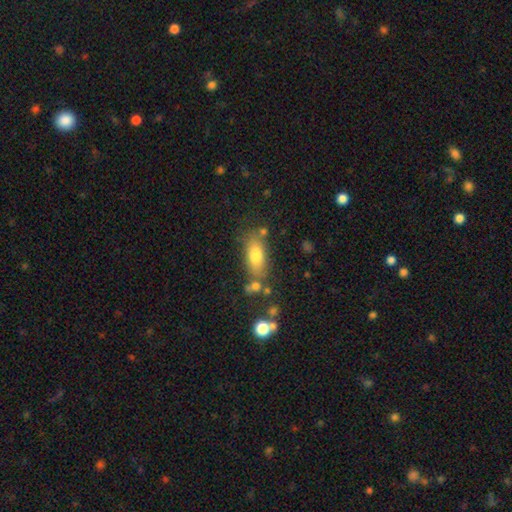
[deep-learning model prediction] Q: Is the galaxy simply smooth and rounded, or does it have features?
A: smooth — 75%.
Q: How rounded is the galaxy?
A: in between — 80%.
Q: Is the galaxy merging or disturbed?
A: none — 70%.